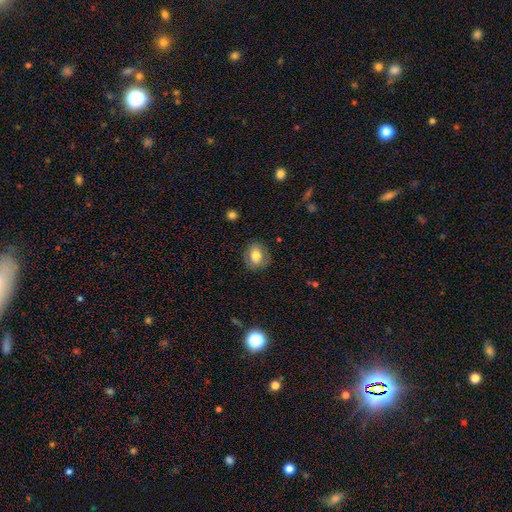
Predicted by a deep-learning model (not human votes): This is likely a smooth galaxy (73%). How rounded: possibly round (56%). Merging: clearly none (82%).